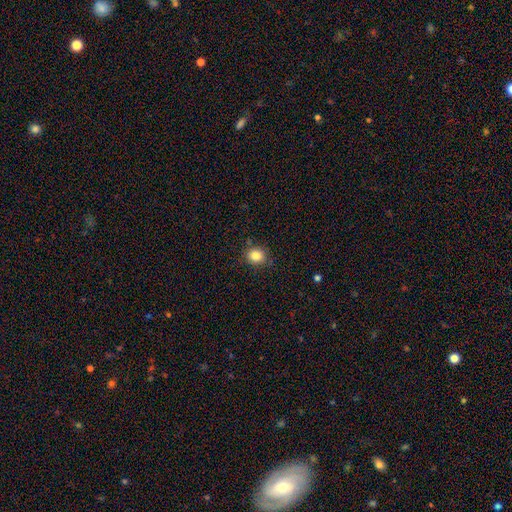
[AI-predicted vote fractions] Overall: smooth (84%). How rounded: round (73%). Merging: none (84%).